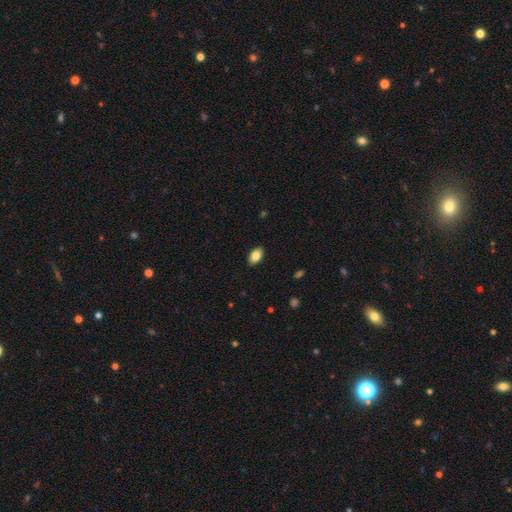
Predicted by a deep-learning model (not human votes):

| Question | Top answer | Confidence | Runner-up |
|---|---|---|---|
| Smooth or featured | smooth | 84% | featured or disk (9%) |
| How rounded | in between | 92% | round (6%) |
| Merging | none | 89% | minor disturbance (8%) |